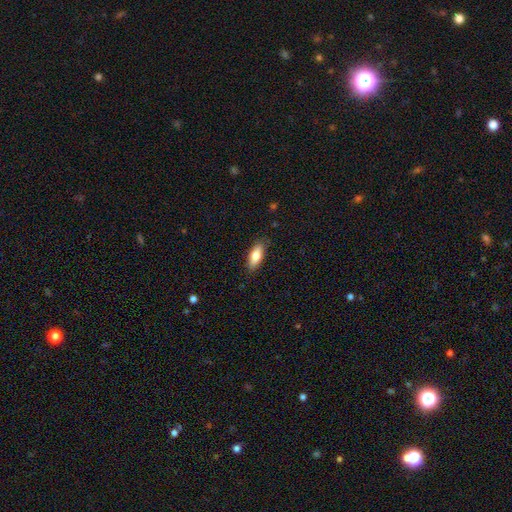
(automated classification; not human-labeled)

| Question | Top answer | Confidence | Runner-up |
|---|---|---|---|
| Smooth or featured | smooth | 79% | featured or disk (14%) |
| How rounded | in between | 78% | cigar-shaped (19%) |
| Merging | none | 86% | minor disturbance (11%) |